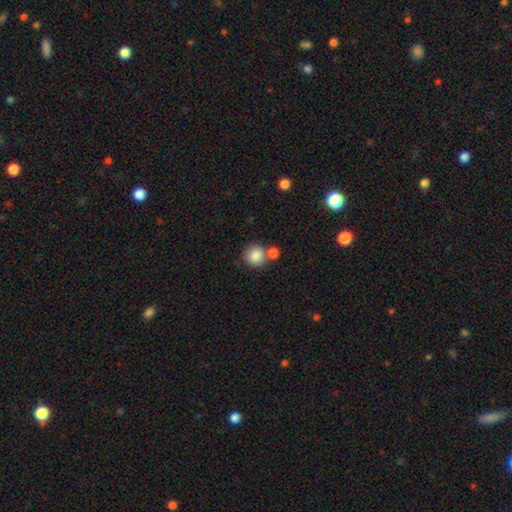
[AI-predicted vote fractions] smooth_or_featured: smooth (p=0.85) [alt: star or artifact p=0.09]
how_rounded: round (p=0.92) [alt: in between p=0.07]
merging: none (p=0.62) [alt: merger p=0.26]